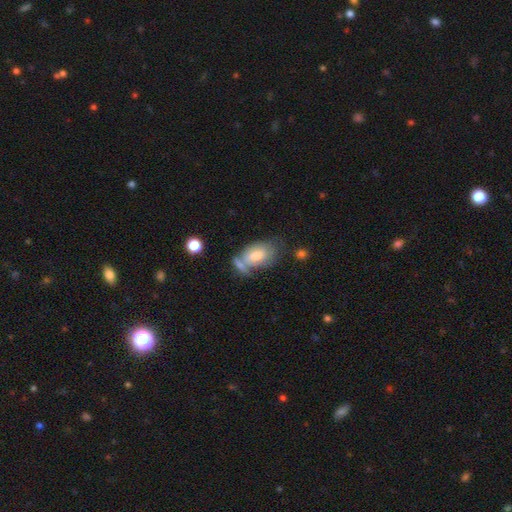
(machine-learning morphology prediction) Smooth or featured? smooth (66%)
How rounded? in between (89%)
Merging? none (40%)